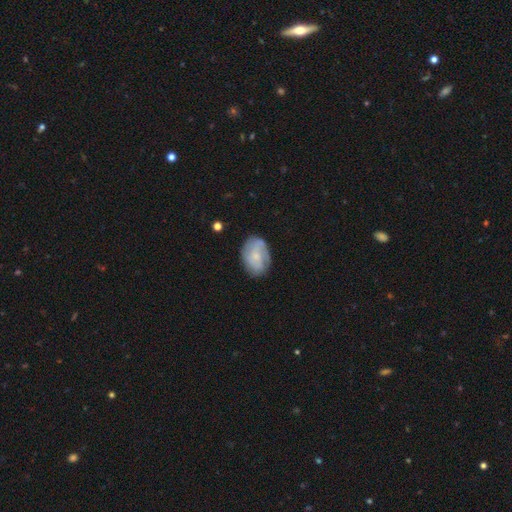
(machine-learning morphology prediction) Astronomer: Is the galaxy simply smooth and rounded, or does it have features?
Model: featured or disk — 49% (runner-up: smooth, 44%).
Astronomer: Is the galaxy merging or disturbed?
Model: none — 73%.